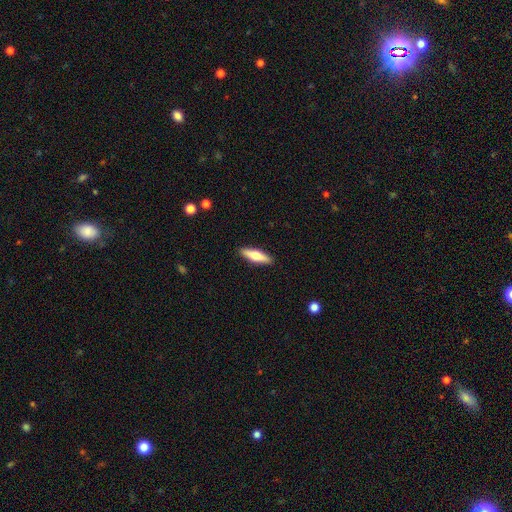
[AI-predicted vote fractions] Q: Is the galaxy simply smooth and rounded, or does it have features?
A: smooth — 59%.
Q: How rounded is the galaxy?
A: cigar-shaped — 64%.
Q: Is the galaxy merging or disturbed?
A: none — 91%.